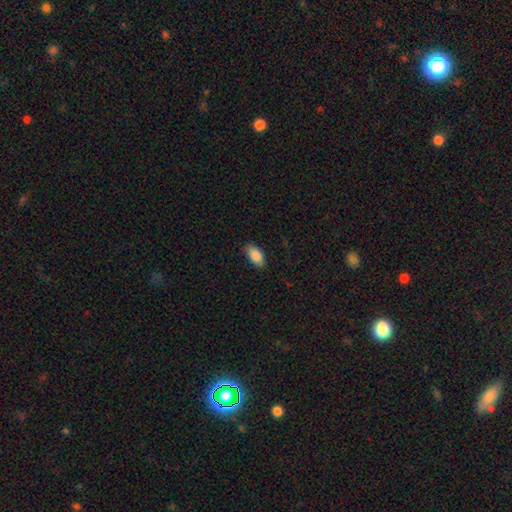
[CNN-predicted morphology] type=smooth (87%); roundness=in between (93%); merging=none (82%).